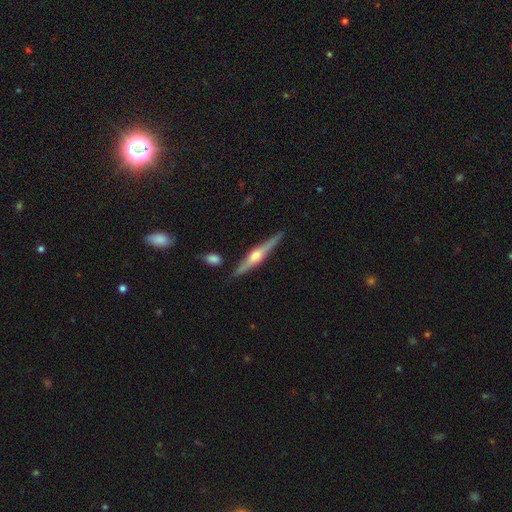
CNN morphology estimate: Smooth or featured? featured or disk (79%)
Edge-on disk? yes (98%)
Edge-on bulge? rounded (90%)
Merging? none (87%)